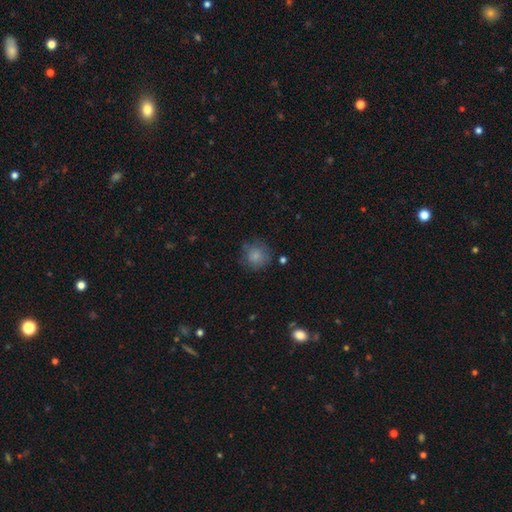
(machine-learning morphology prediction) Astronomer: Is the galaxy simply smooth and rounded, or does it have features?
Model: smooth — 82%.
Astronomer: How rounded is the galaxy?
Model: round — 89%.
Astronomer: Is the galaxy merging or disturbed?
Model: none — 71%.